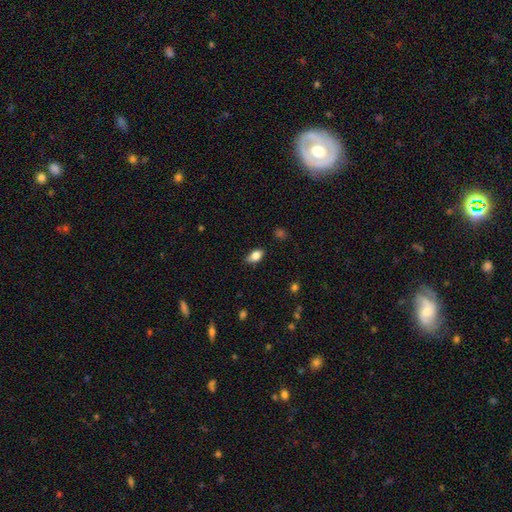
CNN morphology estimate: A smooth galaxy with no disk features (80%) that is in between round and cigar-shaped (87%).

Vote fractions:
- Smooth or featured? smooth: 80% / featured or disk: 11% / star or artifact: 8%
- How rounded? in between: 87% / round: 8% / cigar-shaped: 5%
- Merging? none: 77% / minor disturbance: 18% / major disturbance: 3% / merger: 1%